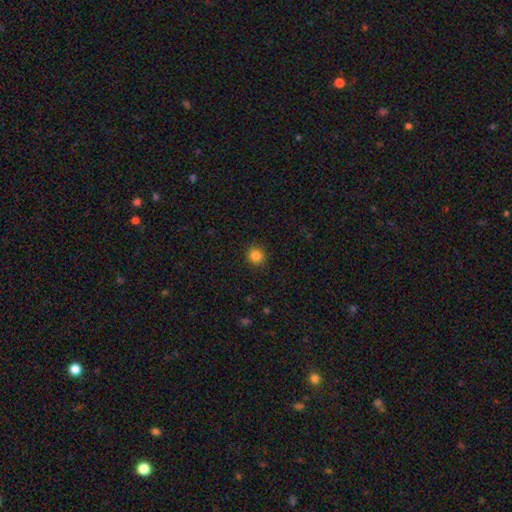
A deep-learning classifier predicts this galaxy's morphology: Smooth or featured? smooth (84%)
How rounded? round (89%)
Merging? none (91%)